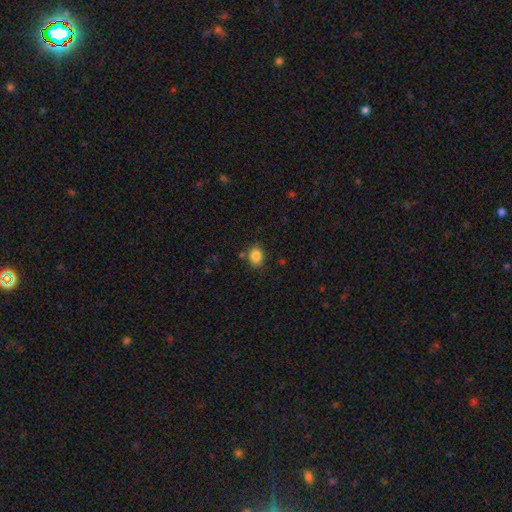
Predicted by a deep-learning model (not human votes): smooth 85%, star or artifact 10%, featured or disk 5%. Down the decision tree: how rounded — in between (59%); merging — none (78%).